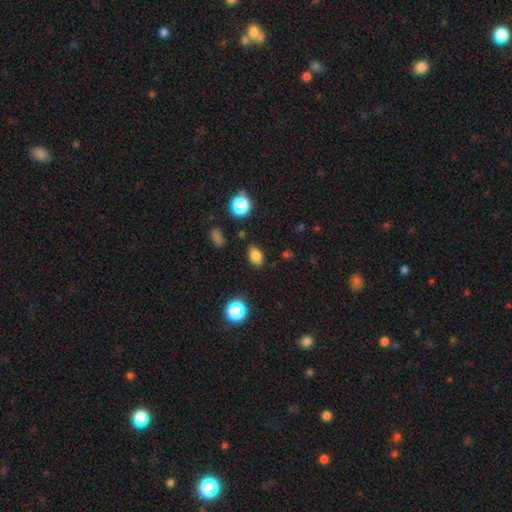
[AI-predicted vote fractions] Morphology: type=smooth (80%); roundness=in between (80%); merging=none (85%).